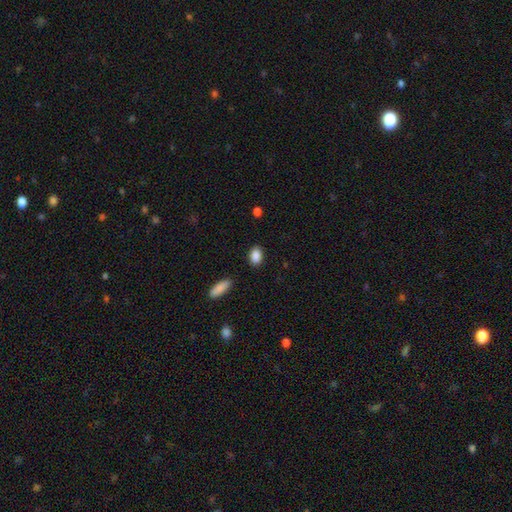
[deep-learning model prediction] smooth_or_featured: smooth (p=0.88) [alt: star or artifact p=0.08]
how_rounded: in between (p=0.82) [alt: round p=0.16]
merging: none (p=0.88) [alt: minor disturbance p=0.08]